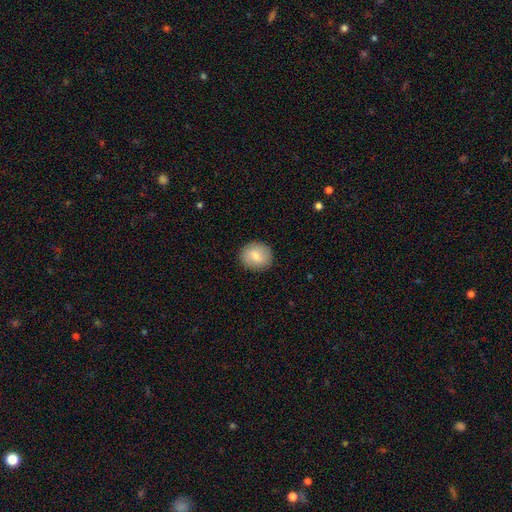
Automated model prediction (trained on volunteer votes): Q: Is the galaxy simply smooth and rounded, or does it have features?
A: smooth — 77%.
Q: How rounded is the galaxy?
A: round — 80%.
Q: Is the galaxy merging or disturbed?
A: none — 89%.